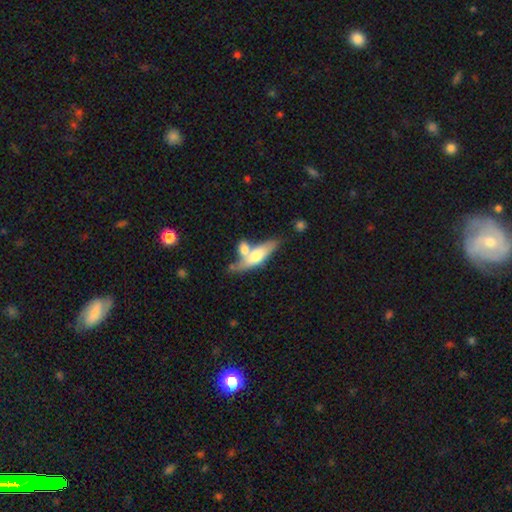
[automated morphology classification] smooth-or-featured: smooth: 54% | featured or disk: 40% | star or artifact: 6%
  how-rounded: in between: 51% | cigar-shaped: 46% | round: 3%
  merging: merger: 46% | none: 34% | minor disturbance: 13% | major disturbance: 6%